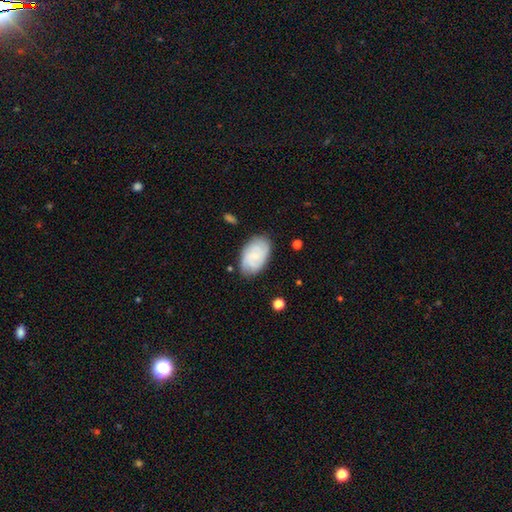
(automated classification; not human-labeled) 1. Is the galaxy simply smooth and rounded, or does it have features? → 47% featured or disk, 45% smooth, 8% star or artifact.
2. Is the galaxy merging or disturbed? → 79% none, 16% minor disturbance, 4% major disturbance, 1% merger.